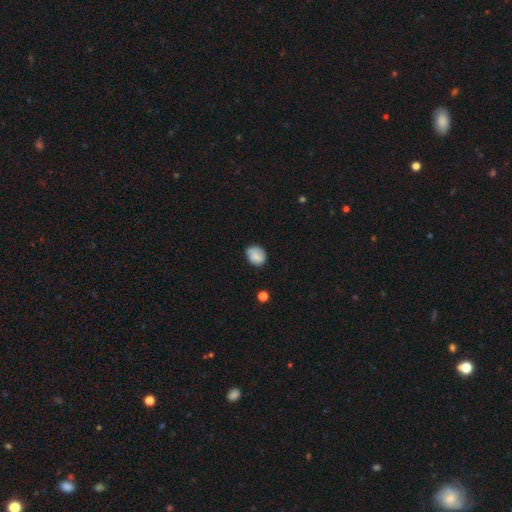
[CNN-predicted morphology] type=smooth (82%); roundness=round (59%); merging=none (72%).